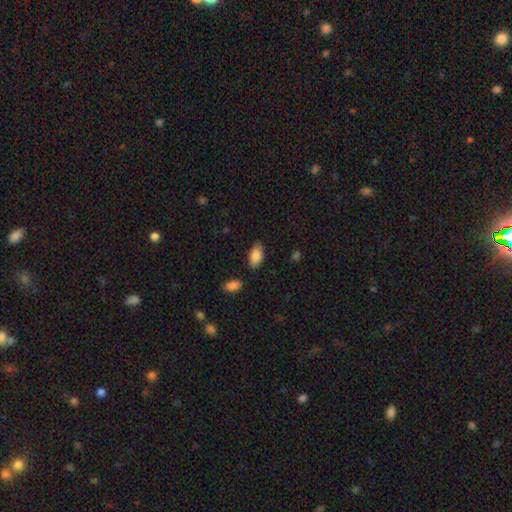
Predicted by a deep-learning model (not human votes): Morphology: type=smooth (86%); roundness=in between (93%); merging=none (82%).